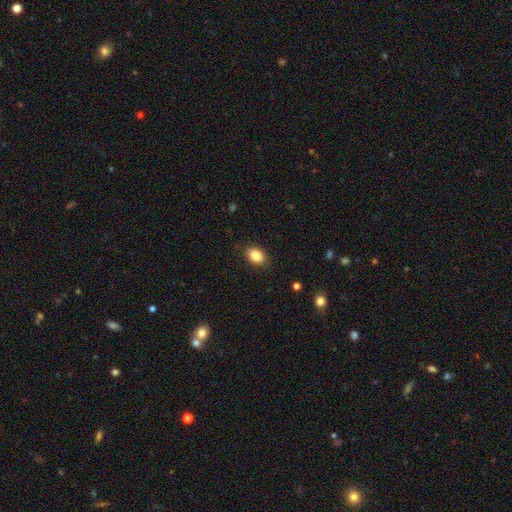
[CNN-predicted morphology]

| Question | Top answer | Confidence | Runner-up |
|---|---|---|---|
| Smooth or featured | smooth | 88% | star or artifact (8%) |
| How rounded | in between | 81% | round (18%) |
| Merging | none | 87% | minor disturbance (9%) |